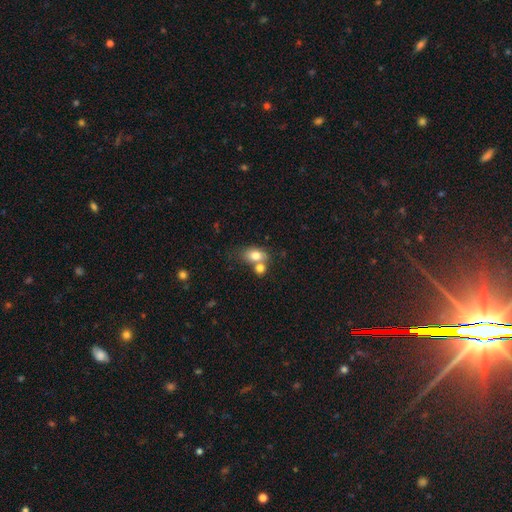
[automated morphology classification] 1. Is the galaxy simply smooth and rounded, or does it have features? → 78% smooth, 13% featured or disk, 9% star or artifact.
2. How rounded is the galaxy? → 73% in between, 26% round, 1% cigar-shaped.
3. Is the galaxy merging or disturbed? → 44% merger, 40% none, 12% minor disturbance, 5% major disturbance.